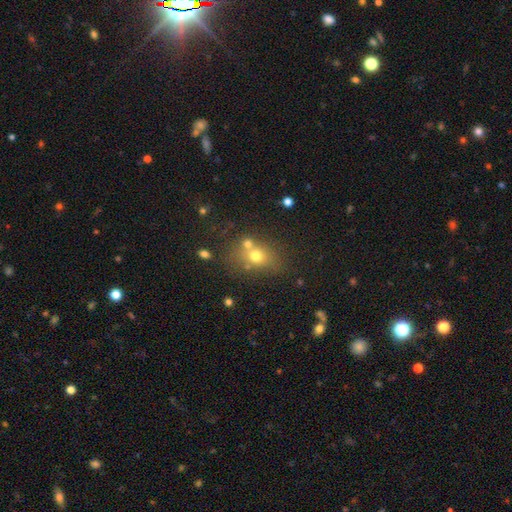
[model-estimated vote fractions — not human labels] Q: Smooth or featured?
A: smooth (67%); runner-up: featured or disk (17%)
Q: How rounded?
A: round (51%); runner-up: in between (48%)
Q: Merging?
A: none (55%); runner-up: merger (26%)